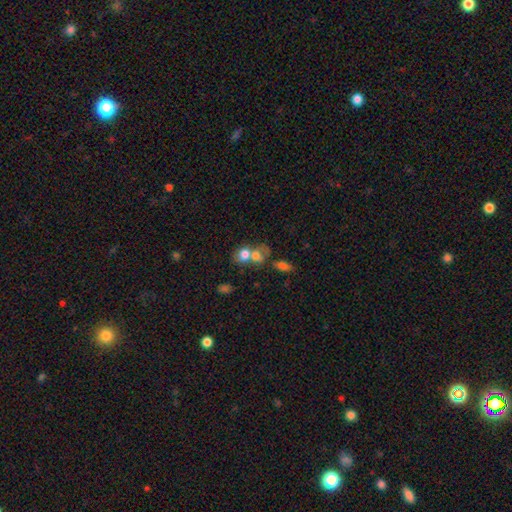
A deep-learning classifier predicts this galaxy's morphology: Smooth or featured?
  - smooth: 71% *
  - featured or disk: 18%
  - star or artifact: 11%
How rounded?
  - round: 54% *
  - in between: 44%
  - cigar-shaped: 1%
Merging?
  - merger: 61% *
  - none: 25%
  - minor disturbance: 8%
  - major disturbance: 6%